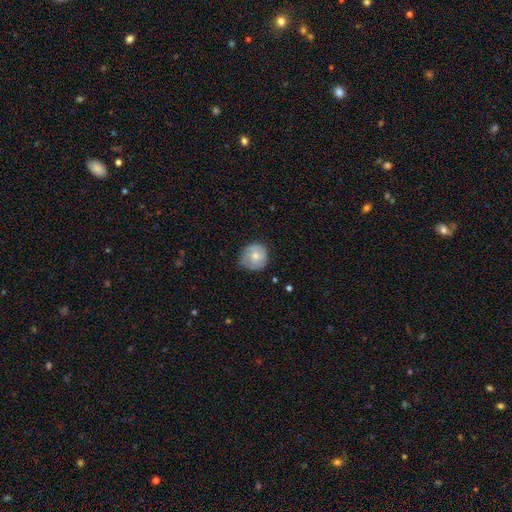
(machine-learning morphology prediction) Smooth or featured? Predicted: smooth (p=0.66). How rounded? Predicted: round (p=0.89). Merging? Predicted: none (p=0.69).